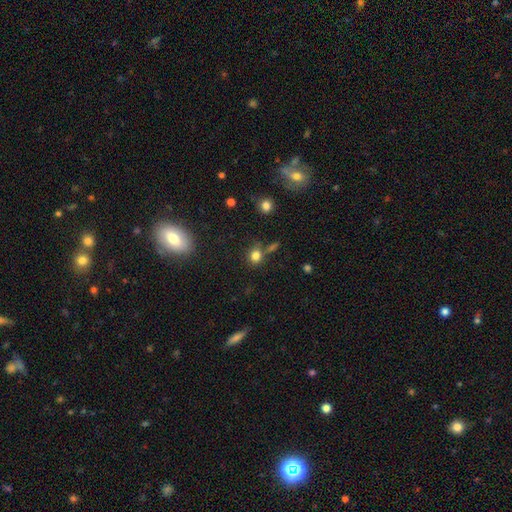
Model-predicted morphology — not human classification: A smooth galaxy with no disk features (79%) that is round (80%).

Vote fractions:
- Smooth or featured? smooth: 79% / star or artifact: 14% / featured or disk: 7%
- How rounded? round: 80% / in between: 19% / cigar-shaped: 1%
- Merging? none: 67% / merger: 14% / minor disturbance: 13% / major disturbance: 6%